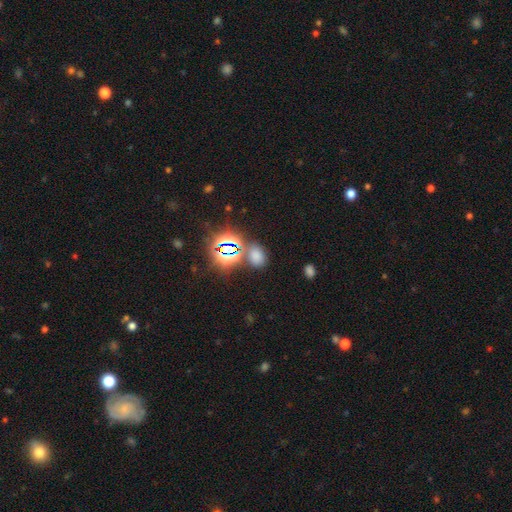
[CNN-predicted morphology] Q: Smooth or featured?
A: smooth (59%); runner-up: star or artifact (35%)
Q: How rounded?
A: in between (71%); runner-up: round (27%)
Q: Merging?
A: none (69%); runner-up: merger (13%)